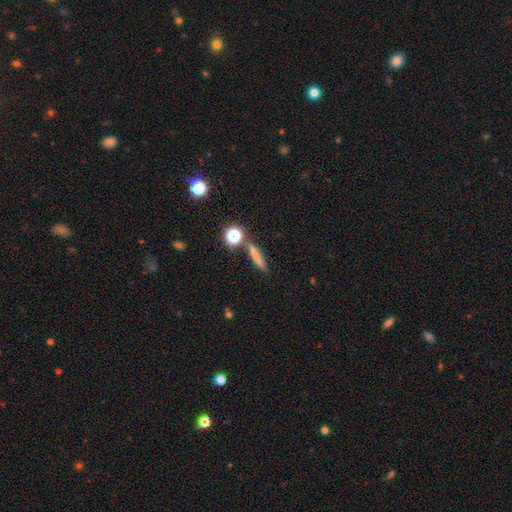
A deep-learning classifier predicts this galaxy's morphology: smooth_or_featured: smooth (p=0.62) [alt: featured or disk p=0.20]
how_rounded: cigar-shaped (p=0.73) [alt: in between p=0.14]
merging: none (p=0.72) [alt: minor disturbance p=0.12]